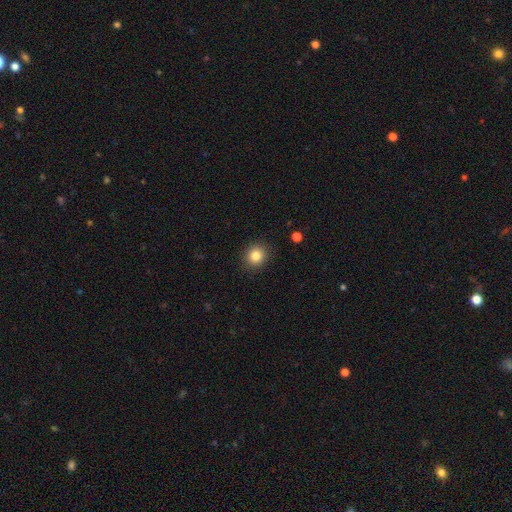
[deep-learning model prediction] Morphology: type=smooth (84%); roundness=round (83%); merging=none (90%).